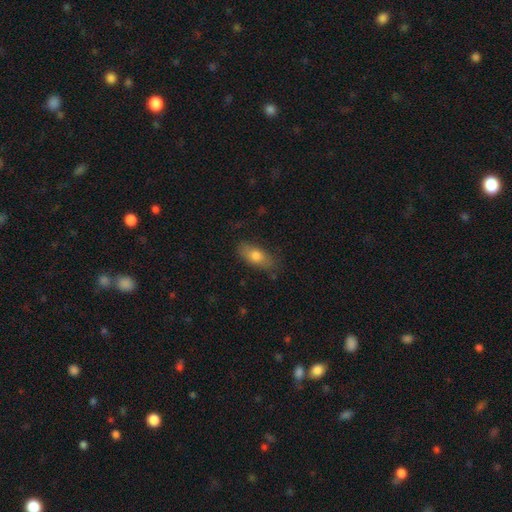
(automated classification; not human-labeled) The model was most divided on "smooth or featured": smooth: 74%, featured or disk: 19%, star or artifact: 7%. More confident: how rounded — in between (80%); merging — none (76%).